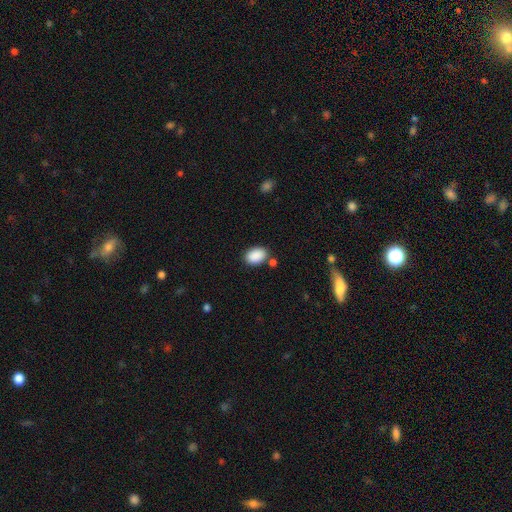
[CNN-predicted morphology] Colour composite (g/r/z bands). It shows a smooth galaxy with no disk features (89%) that is in between round and cigar-shaped (85%). Merging: none (79%).